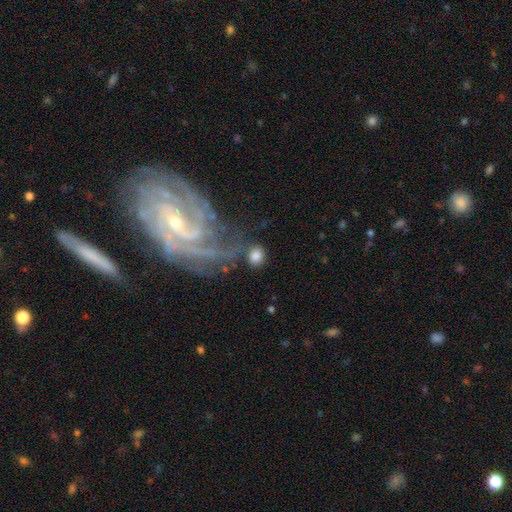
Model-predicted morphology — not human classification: smooth_or_featured: smooth (p=0.75) [alt: featured or disk p=0.16]
how_rounded: round (p=0.73) [alt: in between p=0.26]
merging: none (p=0.69) [alt: minor disturbance p=0.12]